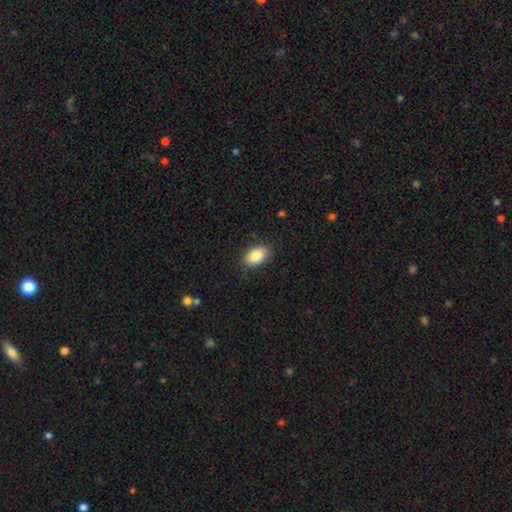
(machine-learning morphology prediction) The model was most divided on "merging": none: 86%, minor disturbance: 11%, major disturbance: 3%, merger: 1%. More confident: how rounded — in between (91%); smooth or featured — smooth (85%).